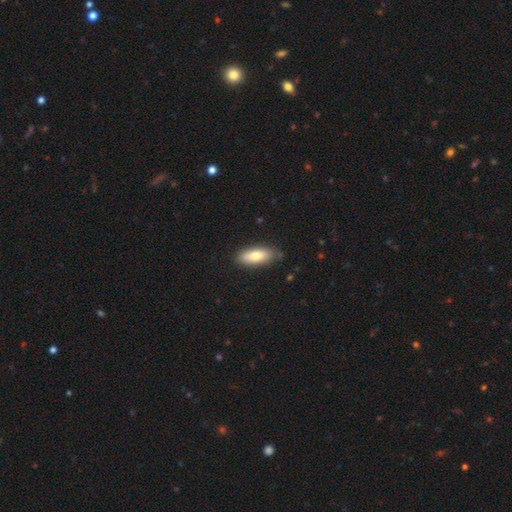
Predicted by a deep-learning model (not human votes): Overall: smooth (78%). How rounded: in between (74%). Merging: none (82%).